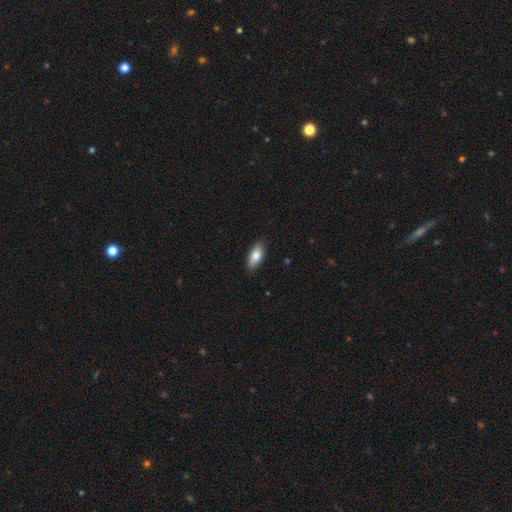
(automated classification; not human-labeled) Smooth or featured? smooth (79%)
How rounded? in between (82%)
Merging? none (88%)